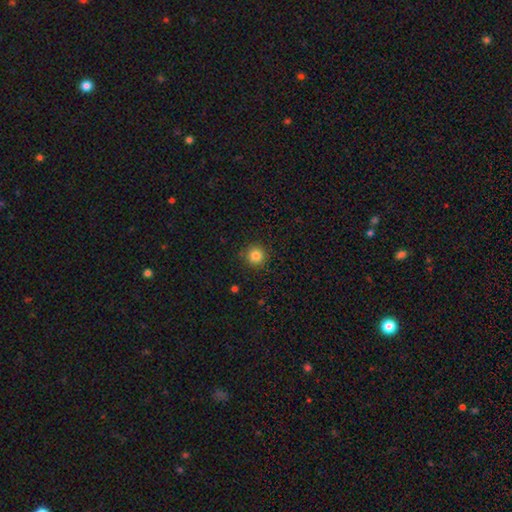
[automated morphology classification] Smooth or featured?
  - smooth: 84% *
  - star or artifact: 11%
  - featured or disk: 5%
How rounded?
  - round: 95% *
  - in between: 4%
  - cigar-shaped: 1%
Merging?
  - none: 90% *
  - minor disturbance: 7%
  - major disturbance: 2%
  - merger: 1%